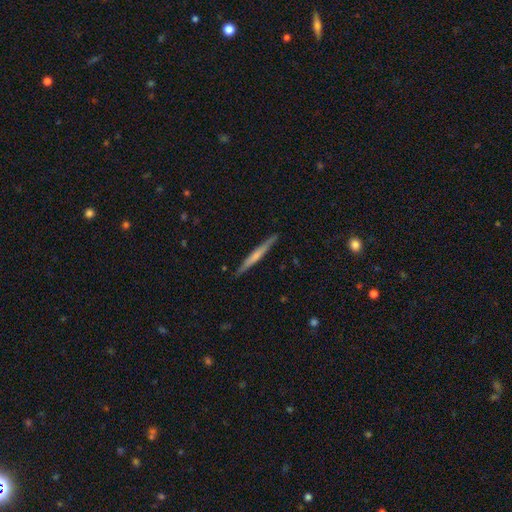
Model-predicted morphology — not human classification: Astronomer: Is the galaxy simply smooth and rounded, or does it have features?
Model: featured or disk — 50% (runner-up: smooth, 45%).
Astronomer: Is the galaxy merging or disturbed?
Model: none — 90%.